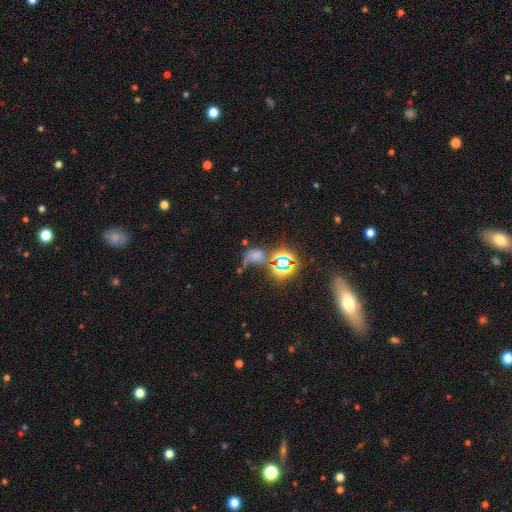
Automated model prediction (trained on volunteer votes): This appears to be a star or artifact, not a galaxy (42%, tied with smooth).